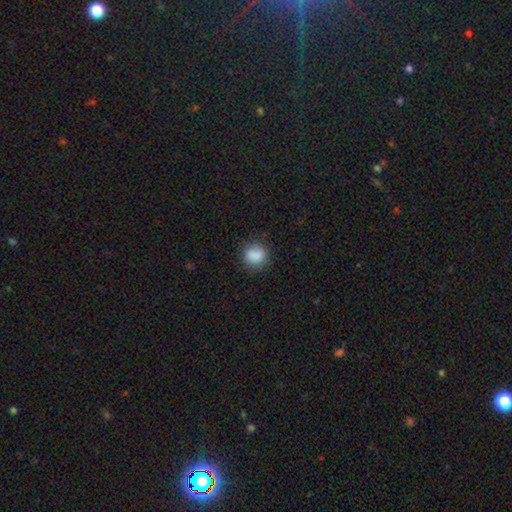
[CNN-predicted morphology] Smooth or featured? Predicted: smooth (p=0.87). How rounded? Predicted: round (p=0.76). Merging? Predicted: none (p=0.83).